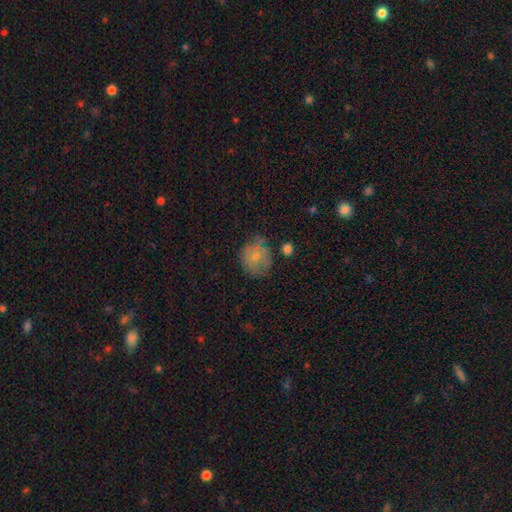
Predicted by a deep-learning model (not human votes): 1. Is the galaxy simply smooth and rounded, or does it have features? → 66% smooth, 24% featured or disk, 10% star or artifact.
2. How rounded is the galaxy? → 78% round, 21% in between, 1% cigar-shaped.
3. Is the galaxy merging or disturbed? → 59% none, 26% minor disturbance, 10% major disturbance, 5% merger.